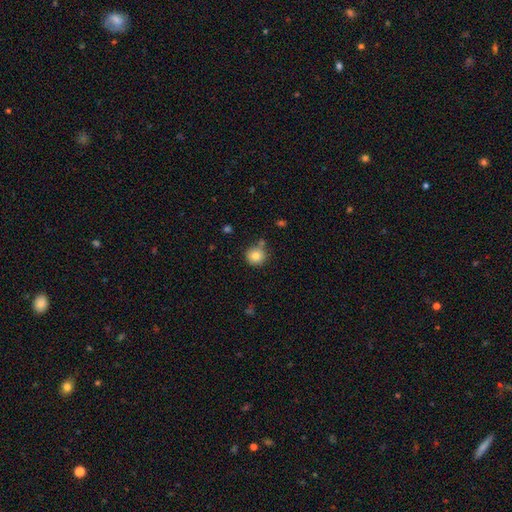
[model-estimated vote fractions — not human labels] This is clearly a smooth galaxy (82%). How rounded: clearly round (93%). Merging: likely none (78%).